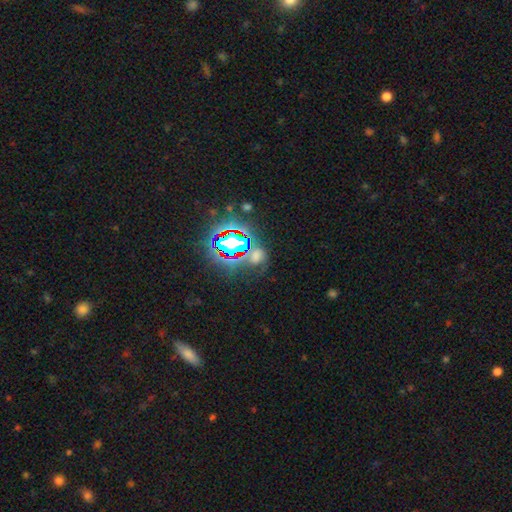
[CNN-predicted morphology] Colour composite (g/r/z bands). It shows a star or artifact, not a galaxy (57%).